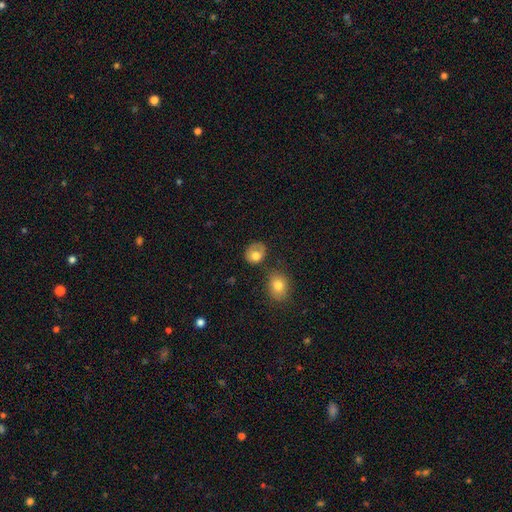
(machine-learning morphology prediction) This appears to be a smooth galaxy with no disk features (71%) that is round (55%). Merging: none (57%).